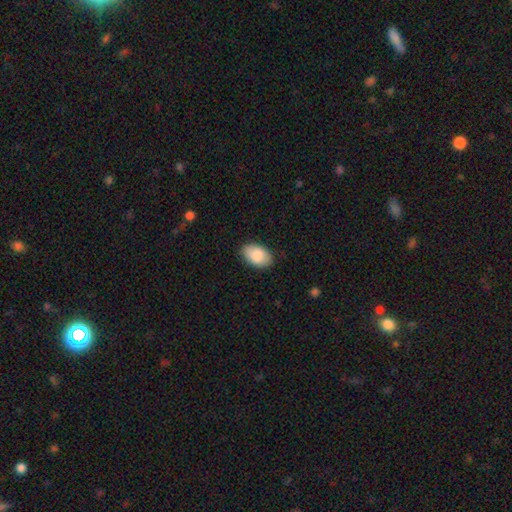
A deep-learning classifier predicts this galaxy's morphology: Q: Smooth or featured?
A: smooth (86%); runner-up: featured or disk (8%)
Q: How rounded?
A: in between (92%); runner-up: round (7%)
Q: Merging?
A: none (84%); runner-up: minor disturbance (13%)